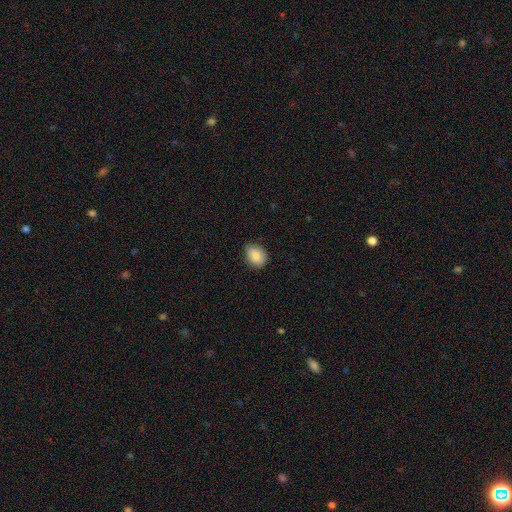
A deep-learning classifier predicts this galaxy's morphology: Smooth or featured?
  - smooth: 87% *
  - star or artifact: 7%
  - featured or disk: 6%
How rounded?
  - in between: 60% *
  - round: 39%
  - cigar-shaped: 1%
Merging?
  - none: 73% *
  - minor disturbance: 23%
  - major disturbance: 3%
  - merger: 1%